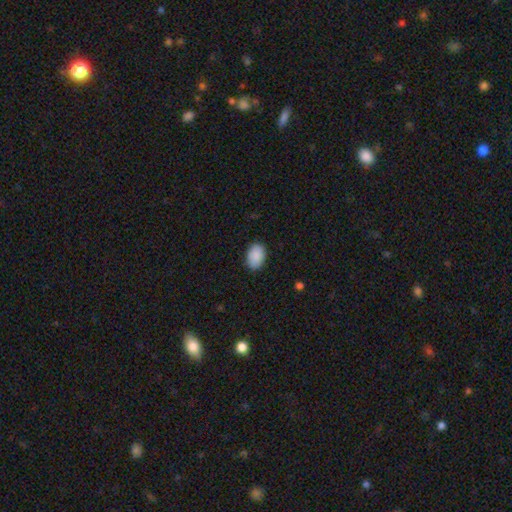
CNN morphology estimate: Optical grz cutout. It shows a smooth galaxy with no disk features (90%) that is in between round and cigar-shaped (87%). Merging: none (88%).